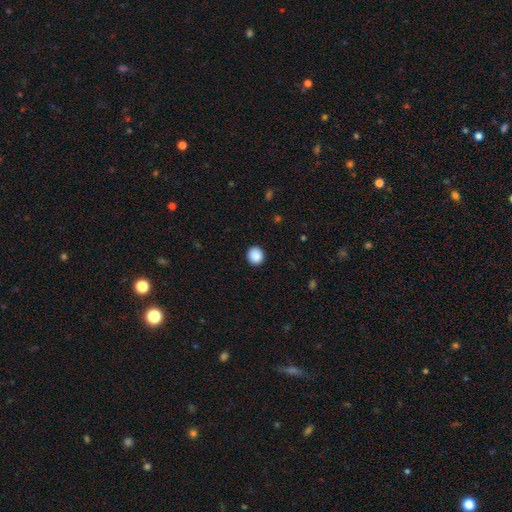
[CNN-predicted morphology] This is clearly a smooth galaxy (89%). How rounded: clearly round (87%). Merging: clearly none (91%).